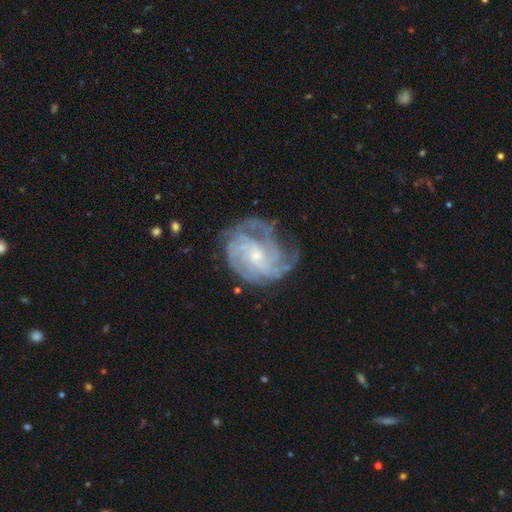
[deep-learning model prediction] Morphology: type=featured or disk (86%); edge-on=no (98%); bar=no (62%); spiral arms=yes (96%); winding=tight (58%); arm count=can't tell (28%); bulge=small (68%); merging=none (63%).